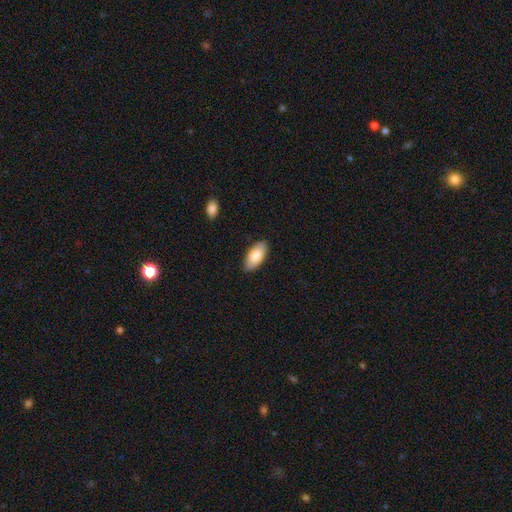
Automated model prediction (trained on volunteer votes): This appears to be a smooth galaxy with no disk features (83%) that is in between round and cigar-shaped (94%). Merging: none (88%).